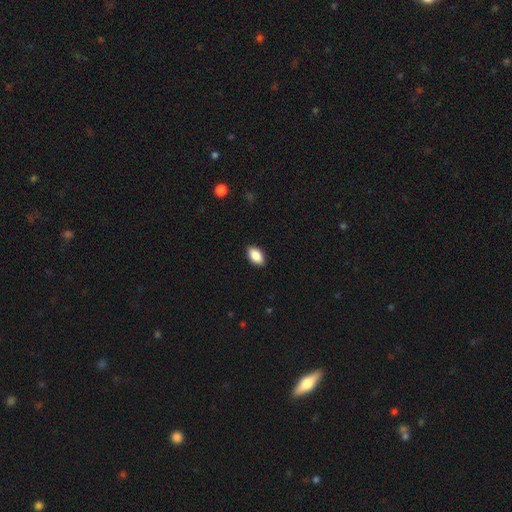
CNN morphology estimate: Q: Smooth or featured?
A: smooth (89%); runner-up: star or artifact (7%)
Q: How rounded?
A: in between (94%); runner-up: round (5%)
Q: Merging?
A: none (89%); runner-up: minor disturbance (9%)